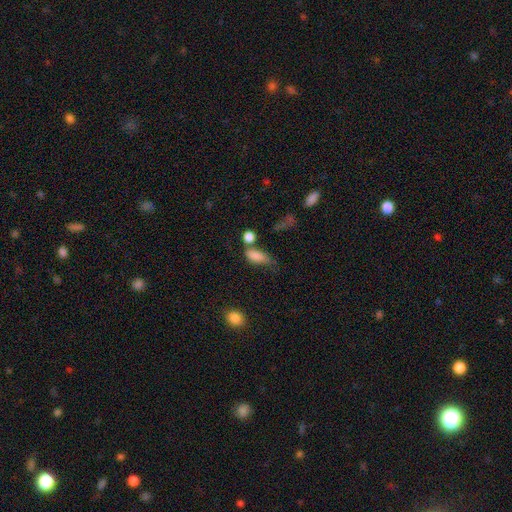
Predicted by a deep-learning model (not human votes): The model was most divided on "merging": none: 34%, minor disturbance: 26%, merger: 22%, major disturbance: 18%. More confident: smooth or featured — smooth (80%); how rounded — in between (78%).